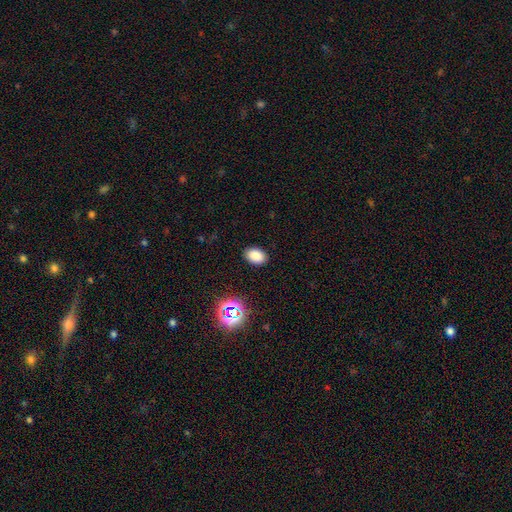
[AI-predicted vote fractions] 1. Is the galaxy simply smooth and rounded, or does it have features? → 82% smooth, 13% star or artifact, 5% featured or disk.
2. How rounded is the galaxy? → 81% in between, 18% round, 1% cigar-shaped.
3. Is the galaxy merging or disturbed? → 88% none, 8% minor disturbance, 2% major disturbance, 1% merger.